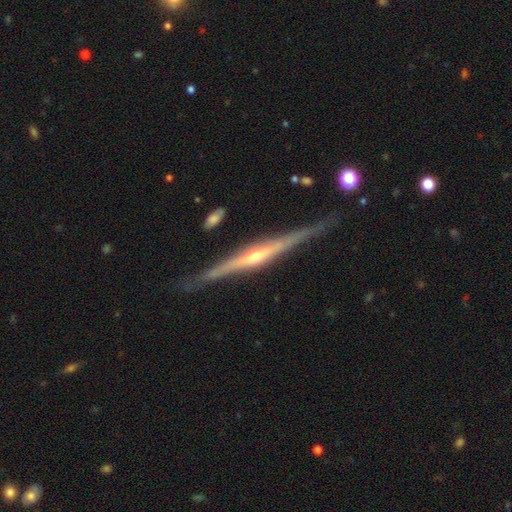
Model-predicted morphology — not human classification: type=featured or disk (85%); edge-on=yes (98%); edge-on bulge=rounded (73%); merging=none (85%).